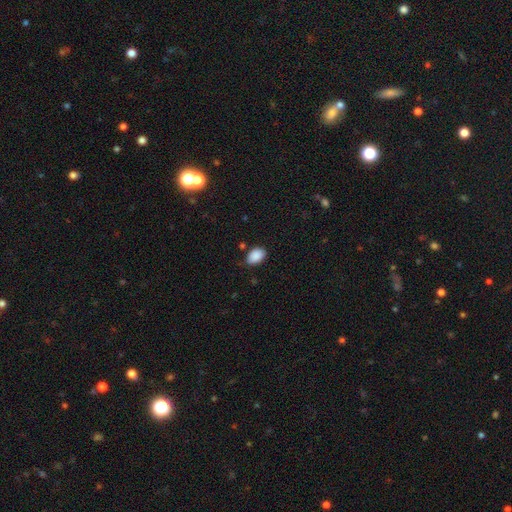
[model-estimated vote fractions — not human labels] smooth-or-featured: smooth: 89% | star or artifact: 8% | featured or disk: 3%
  how-rounded: in between: 86% | round: 12% | cigar-shaped: 1%
  merging: none: 78% | minor disturbance: 17% | major disturbance: 3% | merger: 2%